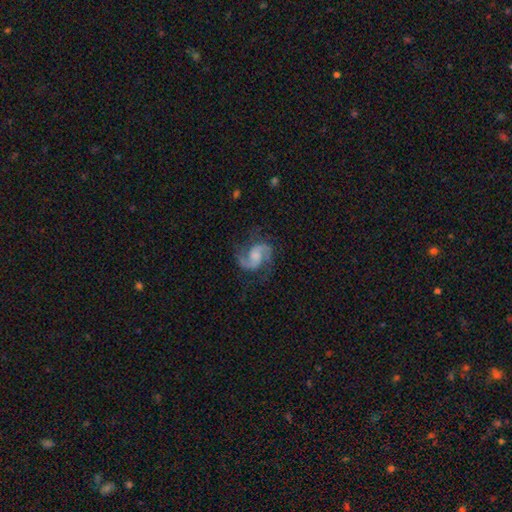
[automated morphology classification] type=featured or disk (88%); edge-on=no (98%); bar=no (53%); spiral arms=yes (97%); winding=medium (55%); arm count=2 (93%); bulge=moderate (32%); merging=none (72%).